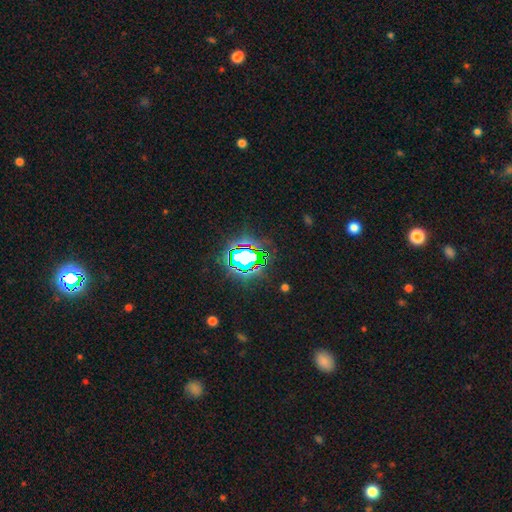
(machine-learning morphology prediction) type=star or artifact (79%).